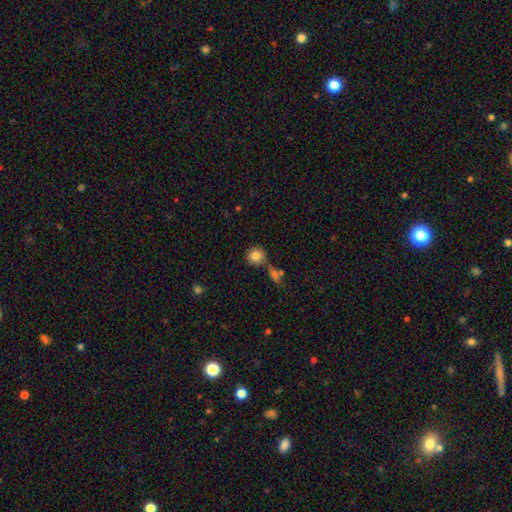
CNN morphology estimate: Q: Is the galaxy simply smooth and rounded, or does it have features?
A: smooth — 82%.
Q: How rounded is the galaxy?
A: round — 89%.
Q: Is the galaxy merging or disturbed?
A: none — 61%.